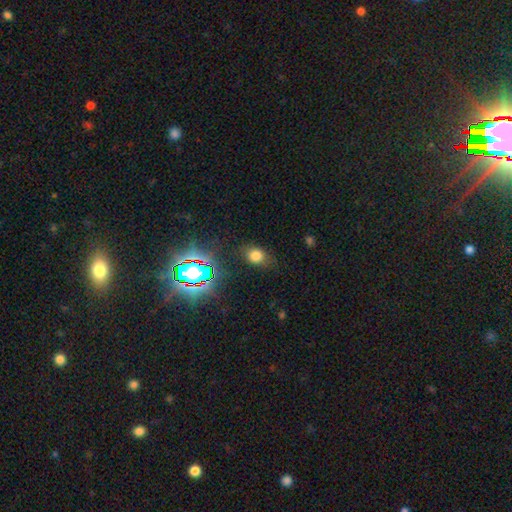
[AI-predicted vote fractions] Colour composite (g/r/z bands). It shows a smooth galaxy with no disk features (71%) that is in between round and cigar-shaped (50%). Merging: none (75%).